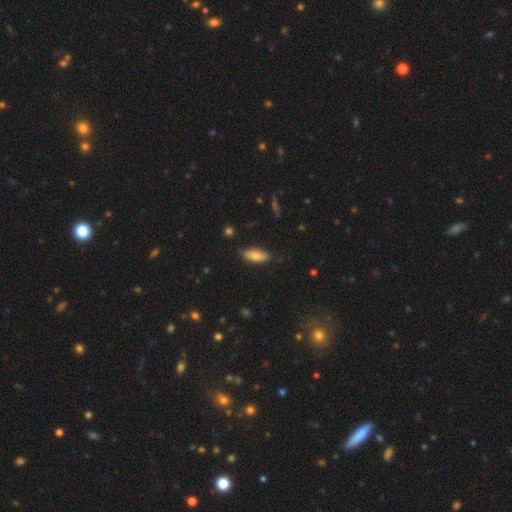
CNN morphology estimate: This is likely a smooth galaxy (79%). How rounded: likely in between (71%). Merging: clearly none (84%).